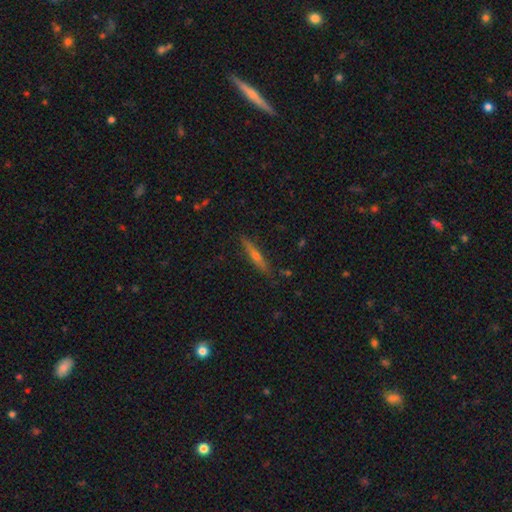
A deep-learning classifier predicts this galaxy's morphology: This appears to be a featured or disk galaxy (56%) viewed edge-on (95%) with a rounded central bulge (79%). Merging: none (86%).